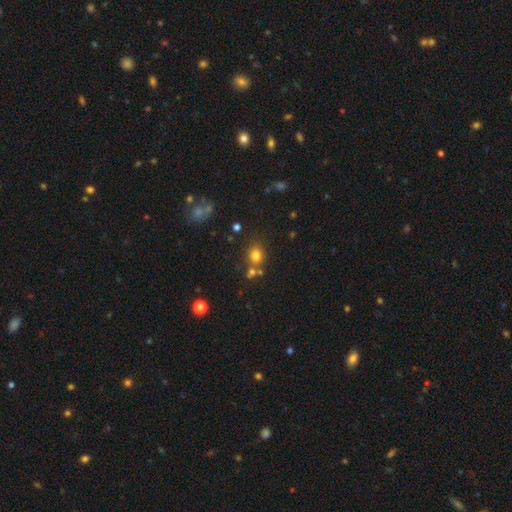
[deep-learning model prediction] This is likely a smooth galaxy (76%). How rounded: likely round (76%). Merging: likely none (66%).